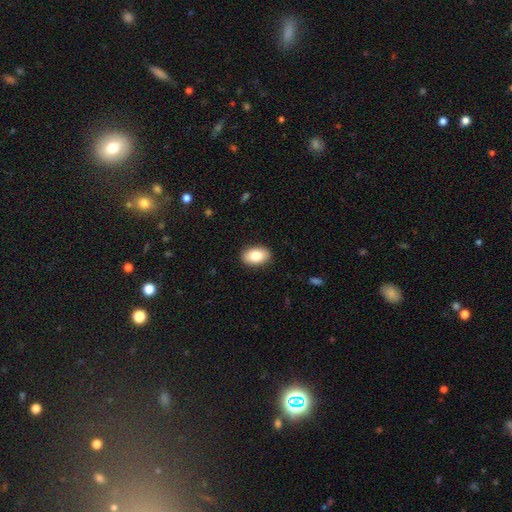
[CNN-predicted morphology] Overall: smooth (84%). How rounded: in between (90%). Merging: none (89%).